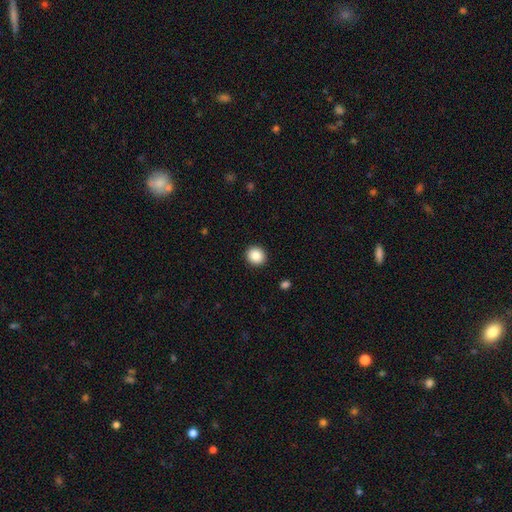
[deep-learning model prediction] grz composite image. It shows a smooth galaxy with no disk features (88%) that is round (86%). Merging: none (92%).